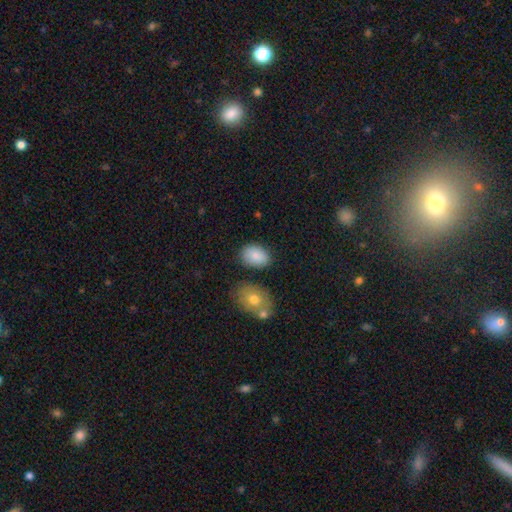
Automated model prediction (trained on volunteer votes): The model was most divided on "merging": none: 75%, minor disturbance: 15%, merger: 6%, major disturbance: 4%. More confident: smooth or featured — smooth (86%); how rounded — in between (84%).